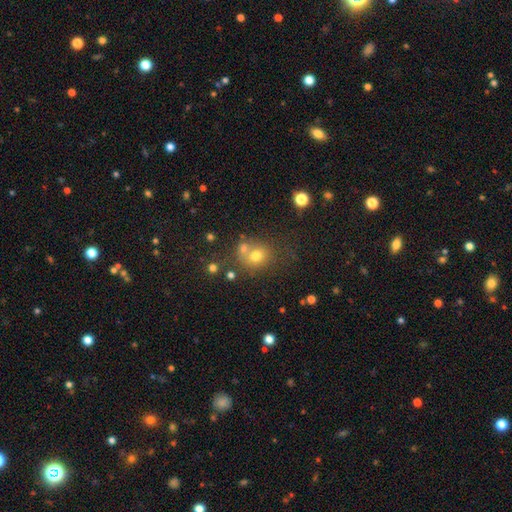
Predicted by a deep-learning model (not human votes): Morphology: type=smooth (70%); roundness=round (76%); merging=none (50%).